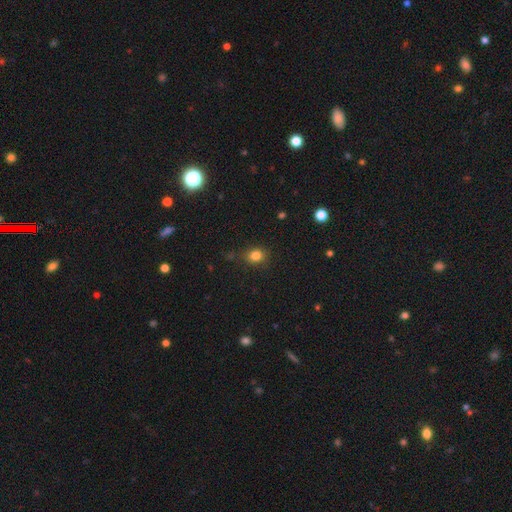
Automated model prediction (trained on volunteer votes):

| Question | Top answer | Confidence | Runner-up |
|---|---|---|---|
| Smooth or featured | smooth | 82% | star or artifact (13%) |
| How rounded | round | 62% | in between (37%) |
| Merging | none | 82% | minor disturbance (13%) |